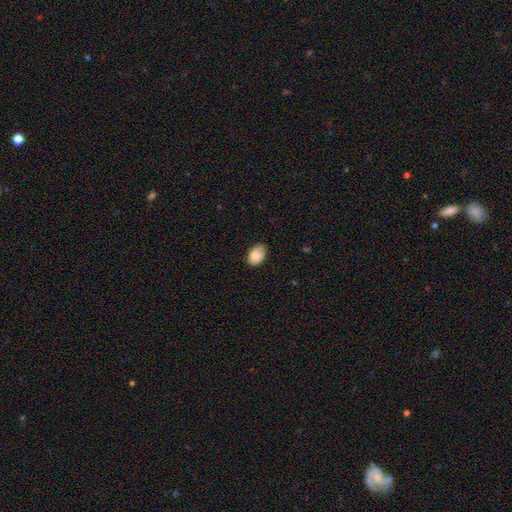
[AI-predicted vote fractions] This appears to be a smooth galaxy with no disk features (81%) that is in between round and cigar-shaped (84%). Merging: none (76%).